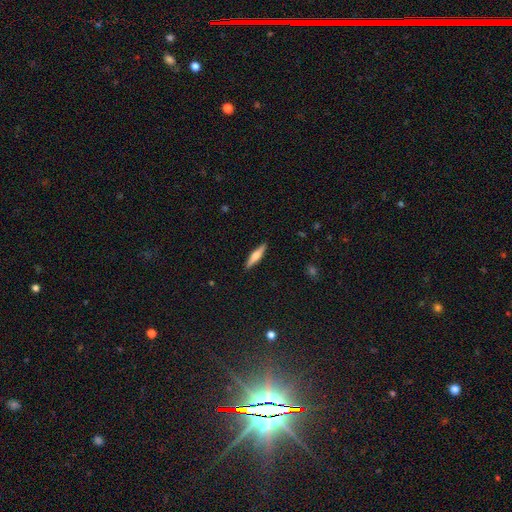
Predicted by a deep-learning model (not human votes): This appears to be a smooth galaxy with no disk features (53%) that is cigar-shaped (81%). Merging: none (90%).